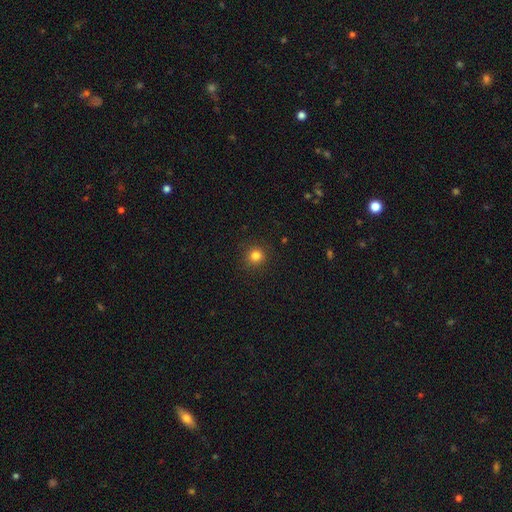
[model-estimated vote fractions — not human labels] This is clearly a smooth galaxy (82%). How rounded: clearly round (93%). Merging: clearly none (90%).